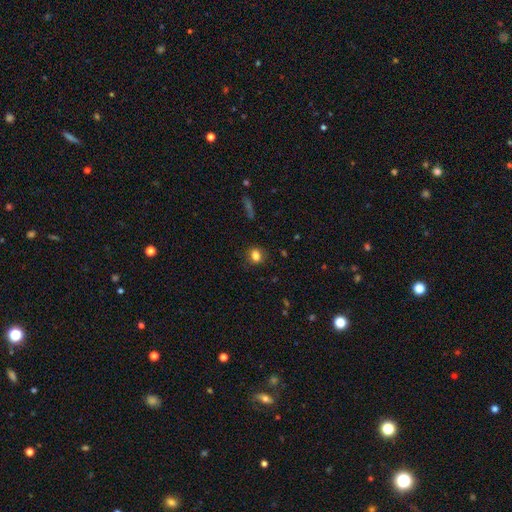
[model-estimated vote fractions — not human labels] Smooth or featured? smooth (83%)
How rounded? round (61%)
Merging? none (83%)